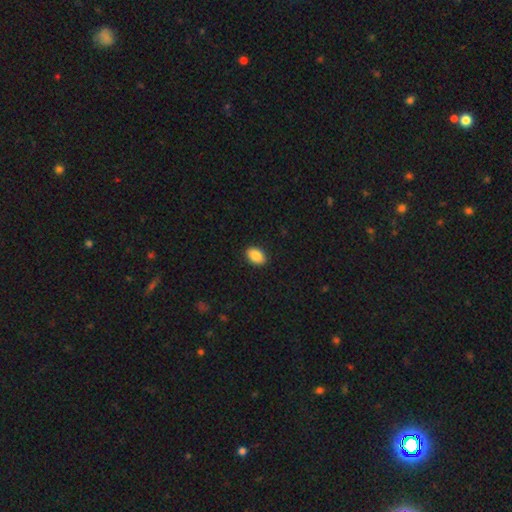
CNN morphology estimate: This appears to be a smooth galaxy with no disk features (89%) that is in between round and cigar-shaped (86%). Merging: none (91%).